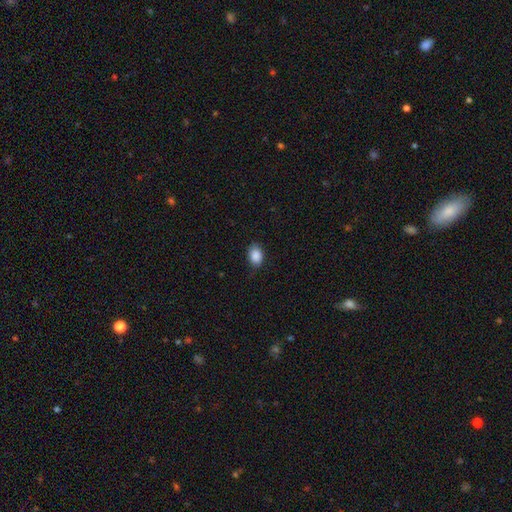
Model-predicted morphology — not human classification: Smooth or featured?
  - smooth: 88% *
  - star or artifact: 8%
  - featured or disk: 4%
How rounded?
  - in between: 76% *
  - round: 23%
  - cigar-shaped: 1%
Merging?
  - none: 76% *
  - minor disturbance: 19%
  - major disturbance: 4%
  - merger: 1%